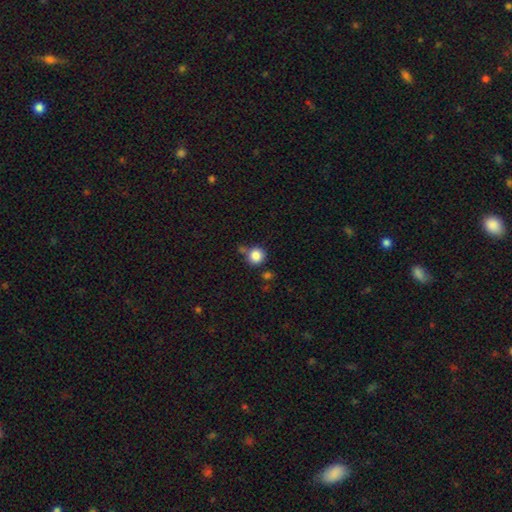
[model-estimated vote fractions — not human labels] A smooth galaxy with no disk features (85%) that is round (91%).

Vote fractions:
- Smooth or featured? smooth: 85% / star or artifact: 10% / featured or disk: 5%
- How rounded? round: 91% / in between: 8% / cigar-shaped: 1%
- Merging? none: 69% / merger: 14% / minor disturbance: 13% / major disturbance: 4%